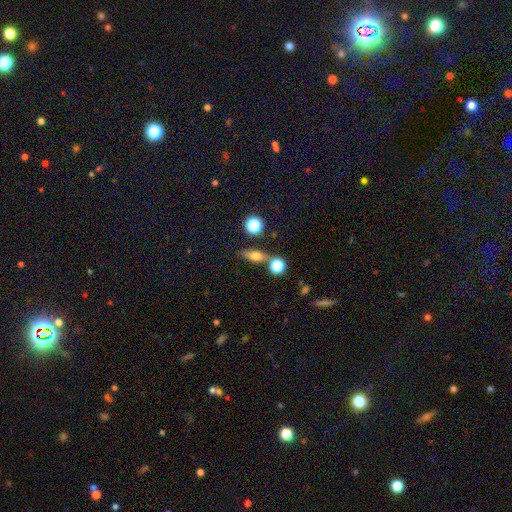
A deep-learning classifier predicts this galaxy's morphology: smooth-or-featured: smooth: 56% | featured or disk: 30% | star or artifact: 14%
  how-rounded: in between: 47% | cigar-shaped: 34% | round: 19%
  merging: none: 70% | merger: 14% | minor disturbance: 12% | major disturbance: 4%